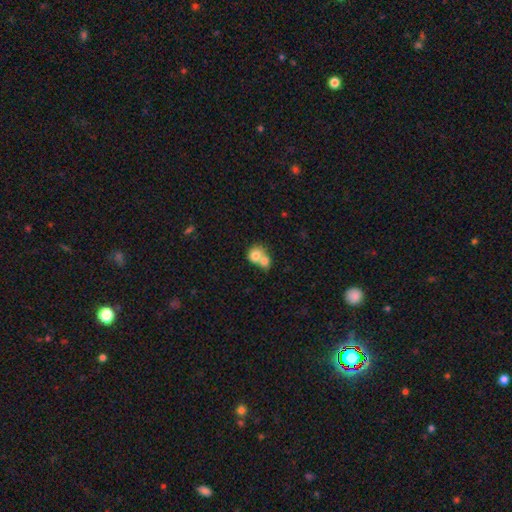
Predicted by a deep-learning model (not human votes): smooth-or-featured: smooth: 74% | featured or disk: 18% | star or artifact: 8%
  how-rounded: round: 69% | in between: 30% | cigar-shaped: 1%
  merging: merger: 71% | none: 20% | minor disturbance: 6% | major disturbance: 3%